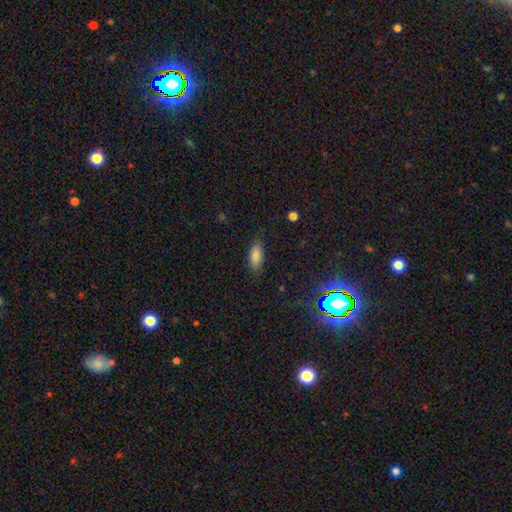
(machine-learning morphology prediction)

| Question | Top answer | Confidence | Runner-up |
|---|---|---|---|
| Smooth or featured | smooth | 84% | star or artifact (9%) |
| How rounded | in between | 82% | cigar-shaped (16%) |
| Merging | none | 82% | minor disturbance (14%) |